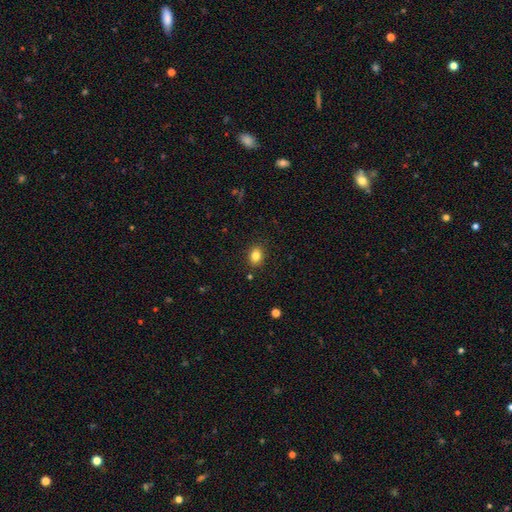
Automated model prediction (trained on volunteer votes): This is clearly a smooth galaxy (83%). How rounded: possibly in between (59%). Merging: clearly none (88%).